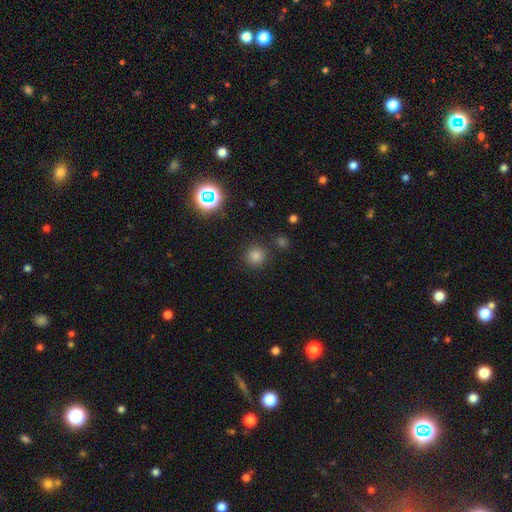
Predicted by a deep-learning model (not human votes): Q: Smooth or featured?
A: smooth (74%); runner-up: star or artifact (21%)
Q: How rounded?
A: round (94%); runner-up: in between (5%)
Q: Merging?
A: none (86%); runner-up: minor disturbance (7%)